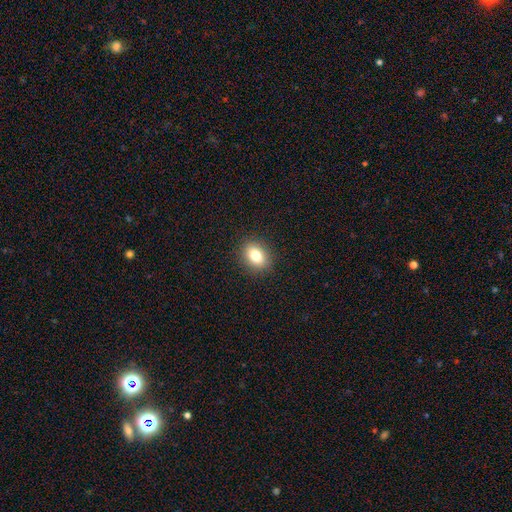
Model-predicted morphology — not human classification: Q: Smooth or featured?
A: smooth (80%); runner-up: star or artifact (10%)
Q: How rounded?
A: in between (59%); runner-up: round (39%)
Q: Merging?
A: none (89%); runner-up: minor disturbance (7%)